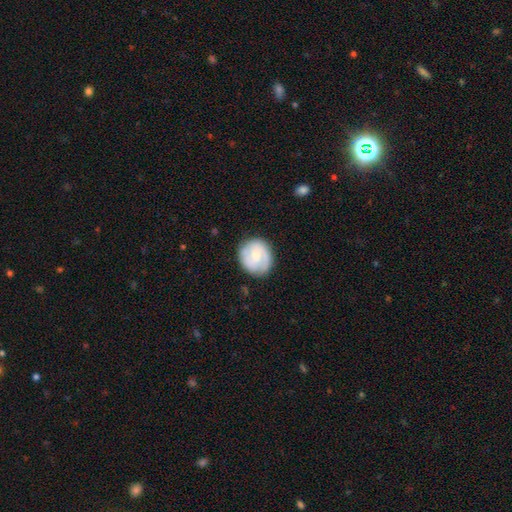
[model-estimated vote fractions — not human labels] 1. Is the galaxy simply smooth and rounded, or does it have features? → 54% featured or disk, 40% smooth, 6% star or artifact.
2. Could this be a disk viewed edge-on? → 98% no, 2% yes.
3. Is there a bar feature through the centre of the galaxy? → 59% no, 35% weak, 6% strong.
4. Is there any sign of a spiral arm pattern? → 80% yes, 20% no.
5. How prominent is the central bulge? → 48% moderate, 42% small, 4% none, 4% large, 1% dominant.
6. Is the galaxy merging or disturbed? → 79% none, 15% minor disturbance, 5% major disturbance, 1% merger.